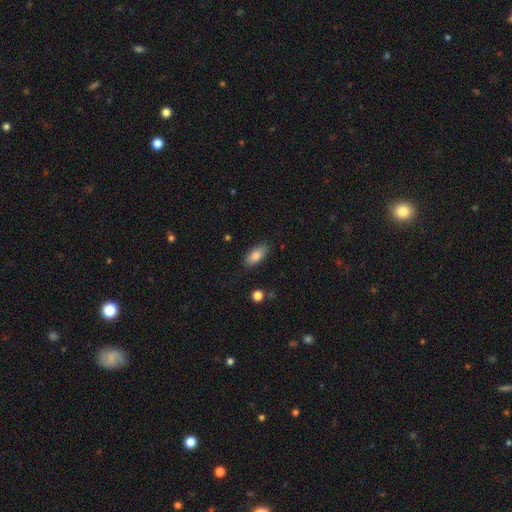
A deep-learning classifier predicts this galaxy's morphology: smooth 81%, featured or disk 12%, star or artifact 7%. Down the decision tree: how rounded — in between (84%); merging — none (85%).